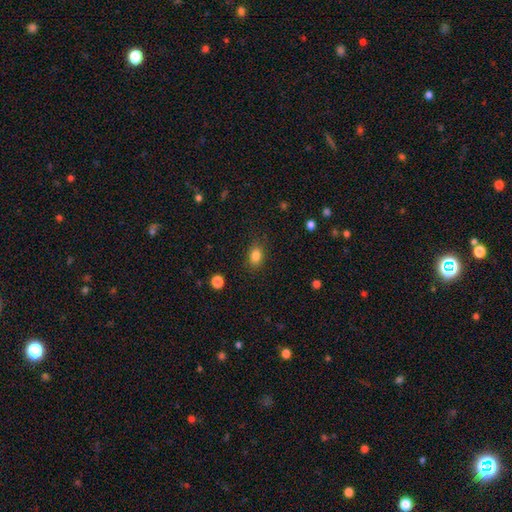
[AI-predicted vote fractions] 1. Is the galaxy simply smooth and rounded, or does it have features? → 84% smooth, 11% star or artifact, 5% featured or disk.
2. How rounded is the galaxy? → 69% in between, 30% round, 1% cigar-shaped.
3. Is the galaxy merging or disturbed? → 84% none, 11% minor disturbance, 3% major disturbance, 1% merger.